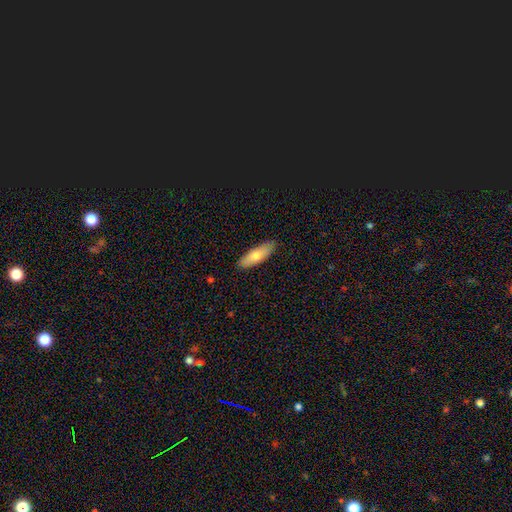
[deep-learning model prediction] This appears to be a smooth galaxy with no disk features (73%) that is in between round and cigar-shaped (50%). Merging: none (88%).